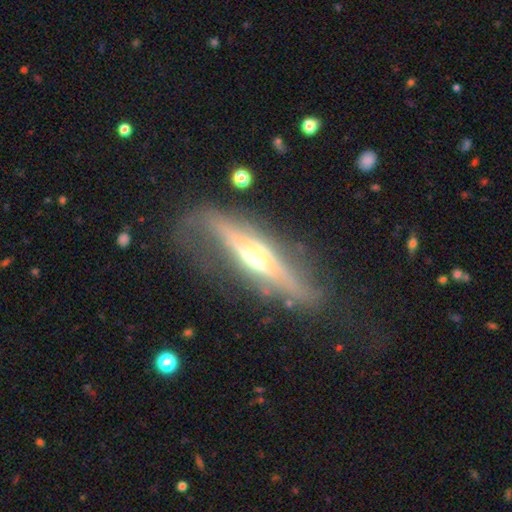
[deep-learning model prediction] This is likely a featured or disk galaxy (79%). It is clearly viewed edge-on (84%). Edge-on bulge: clearly rounded (85%). Merging: likely none (65%).